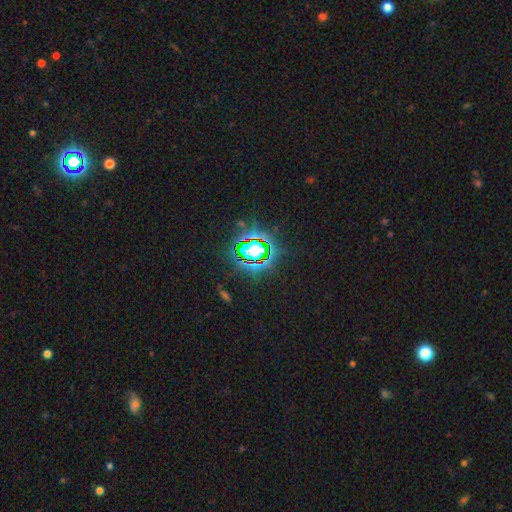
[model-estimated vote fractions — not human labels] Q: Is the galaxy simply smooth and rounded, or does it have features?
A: star or artifact — 76%.